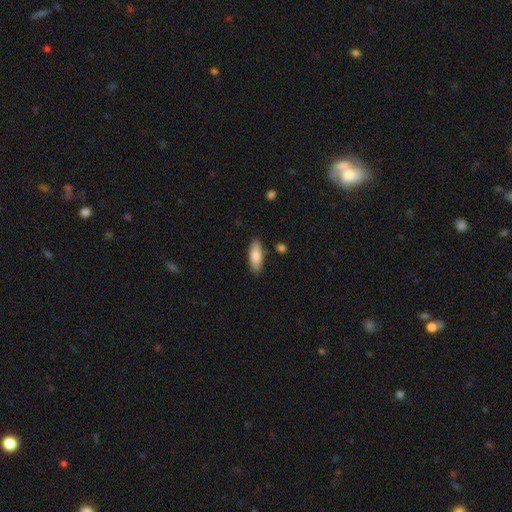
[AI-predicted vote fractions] Overall: smooth (84%). How rounded: in between (72%). Merging: none (84%).